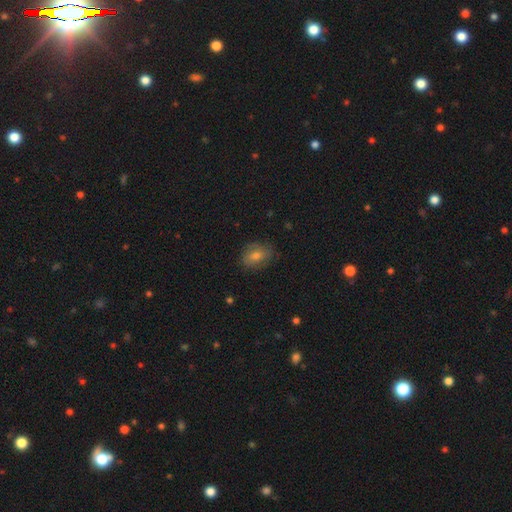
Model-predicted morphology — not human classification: This is likely a smooth galaxy (62%). How rounded: likely in between (63%). Merging: clearly none (80%).